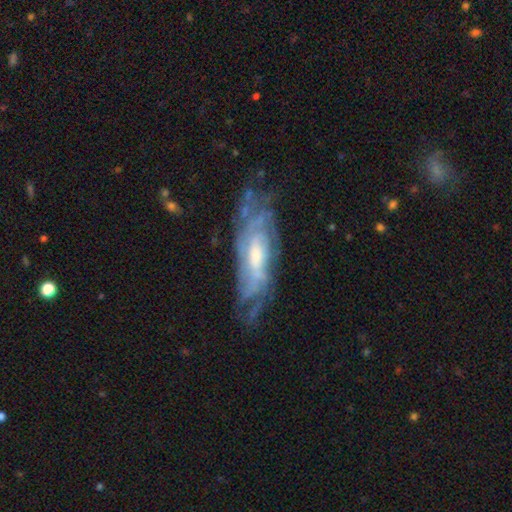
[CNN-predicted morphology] Smooth or featured? featured or disk (80%)
Edge-on disk? no (80%)
Bar? no (52%)
Spiral arms? yes (88%)
Spiral winding? tight (59%)
Spiral arm count? can't tell (57%)
Bulge size? moderate (53%)
Merging? none (65%)